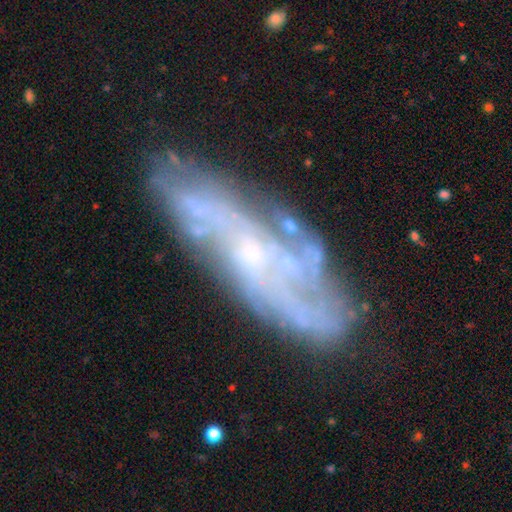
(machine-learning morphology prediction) type=featured or disk (78%); edge-on=no (81%); bar=no (68%); spiral arms=yes (85%); winding=tight (40%); arm count=can't tell (41%); bulge=small (69%); merging=none (70%).